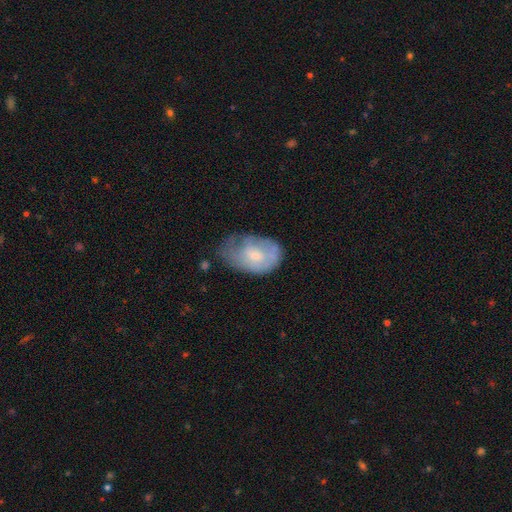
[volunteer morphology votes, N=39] A smooth galaxy with no disk features (46%, tied with featured or disk) that is in between round and cigar-shaped (78%).

Vote fractions:
- Smooth or featured? smooth: 46% (tied) / featured or disk: 46% (tied) / star or artifact: 8%
- How rounded? in between: 78% / round: 22% / cigar-shaped: 0%
- Merging? none: 47% / minor disturbance: 42% / major disturbance: 11% / merger: 0%